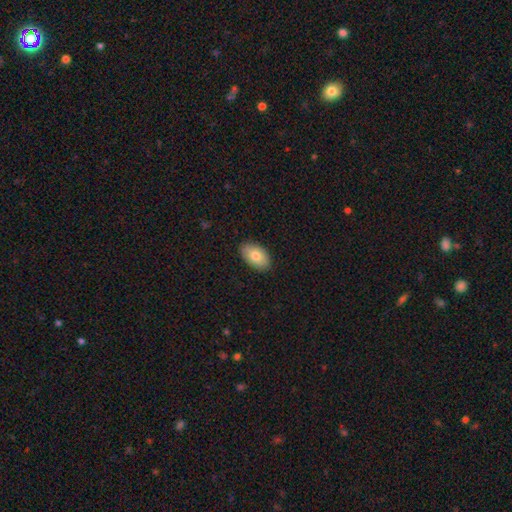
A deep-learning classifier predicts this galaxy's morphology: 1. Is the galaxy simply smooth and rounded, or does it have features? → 81% smooth, 13% featured or disk, 6% star or artifact.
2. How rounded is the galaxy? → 93% in between, 6% round, 1% cigar-shaped.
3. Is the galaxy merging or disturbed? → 87% none, 10% minor disturbance, 2% major disturbance, 1% merger.